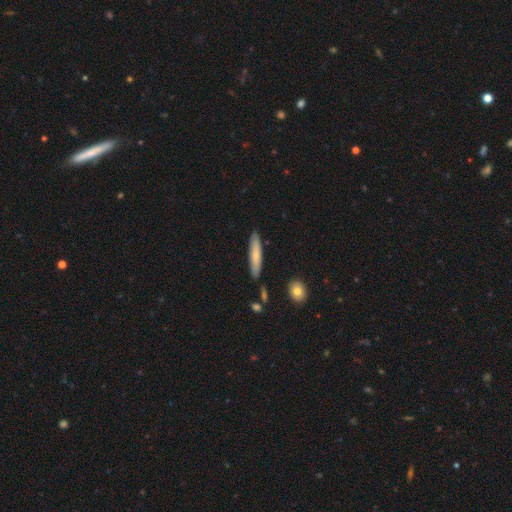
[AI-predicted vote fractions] Smooth or featured?
  - smooth: 70% *
  - featured or disk: 24%
  - star or artifact: 5%
How rounded?
  - cigar-shaped: 86% *
  - in between: 12%
  - round: 1%
Merging?
  - none: 86% *
  - minor disturbance: 10%
  - merger: 2%
  - major disturbance: 2%